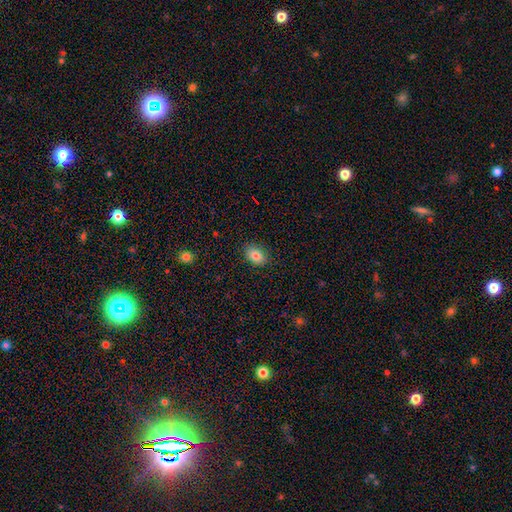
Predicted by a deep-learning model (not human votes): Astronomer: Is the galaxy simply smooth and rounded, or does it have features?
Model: smooth — 84%.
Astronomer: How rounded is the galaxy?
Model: in between — 79%.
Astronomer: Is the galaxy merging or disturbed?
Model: none — 87%.